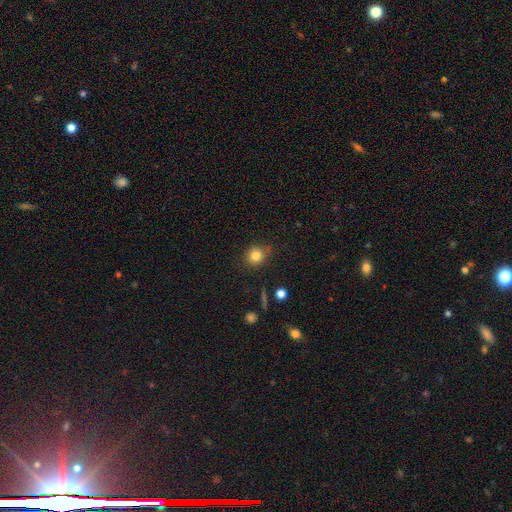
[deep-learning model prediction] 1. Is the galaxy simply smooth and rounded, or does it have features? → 82% smooth, 12% star or artifact, 7% featured or disk.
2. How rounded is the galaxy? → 86% round, 13% in between, 1% cigar-shaped.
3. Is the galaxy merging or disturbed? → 81% none, 14% minor disturbance, 3% major disturbance, 2% merger.